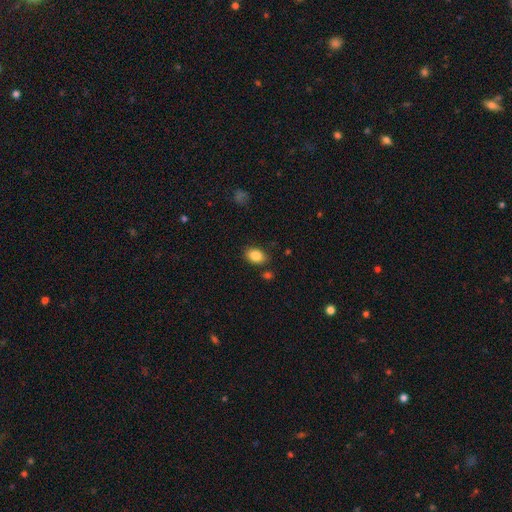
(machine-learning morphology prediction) This appears to be a smooth galaxy with no disk features (85%) that is in between round and cigar-shaped (81%). Merging: none (83%).